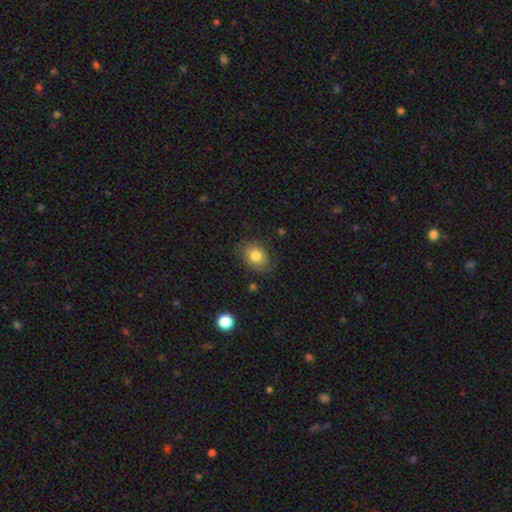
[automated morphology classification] smooth_or_featured: smooth (p=0.76) [alt: featured or disk p=0.15]
how_rounded: in between (p=0.57) [alt: round p=0.42]
merging: none (p=0.77) [alt: minor disturbance p=0.17]